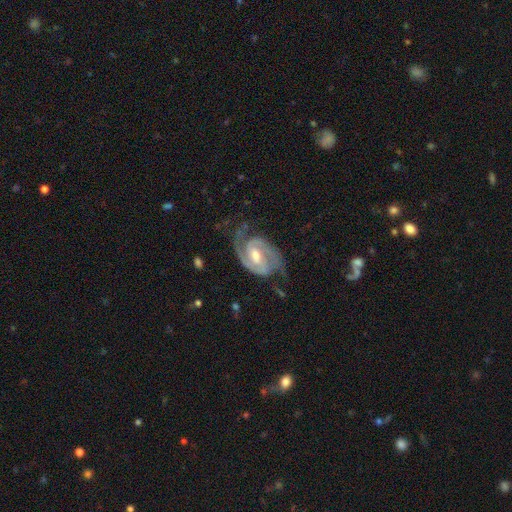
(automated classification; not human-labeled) This appears to be a featured or disk galaxy (93%) with a weak bar (50%), 2 (91%) tight (48%) spiral arms (98%) and a moderate central bulge (64%). Merging: none (72%).